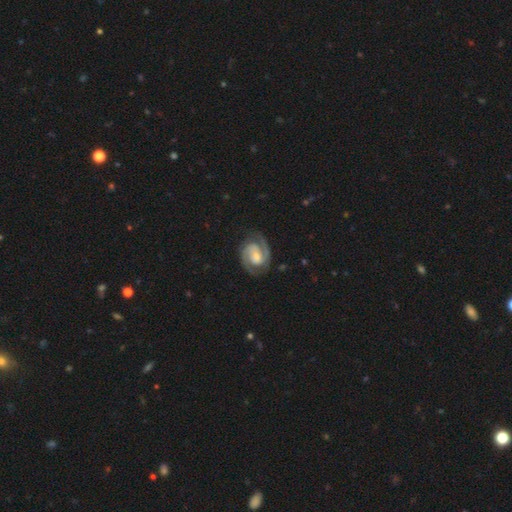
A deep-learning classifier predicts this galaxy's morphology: smooth_or_featured: featured or disk (p=0.87) [alt: smooth p=0.08]
disk_edge_on: no (p=0.98) [alt: yes p=0.02]
bar: weak (p=0.43) [alt: no p=0.42]
has_spiral_arms: yes (p=0.97) [alt: no p=0.03]
spiral_winding: medium (p=0.47) [alt: tight p=0.44]
spiral_arm_count: 2 (p=0.90) [alt: can't tell p=0.04]
bulge_size: moderate (p=0.46) [alt: small p=0.38]
merging: none (p=0.78) [alt: minor disturbance p=0.15]